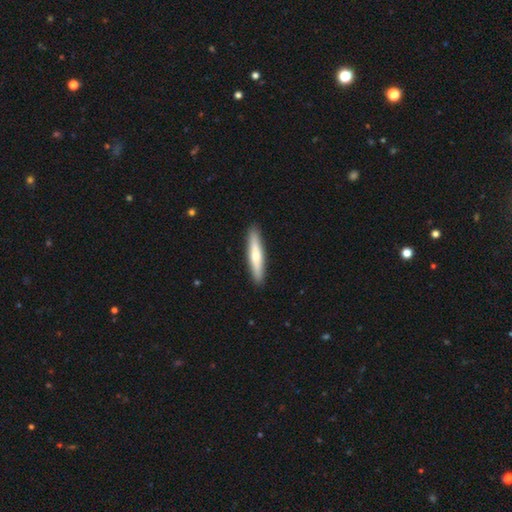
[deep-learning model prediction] This appears to be a smooth galaxy with no disk features (58%) that is cigar-shaped (90%). Merging: none (92%).